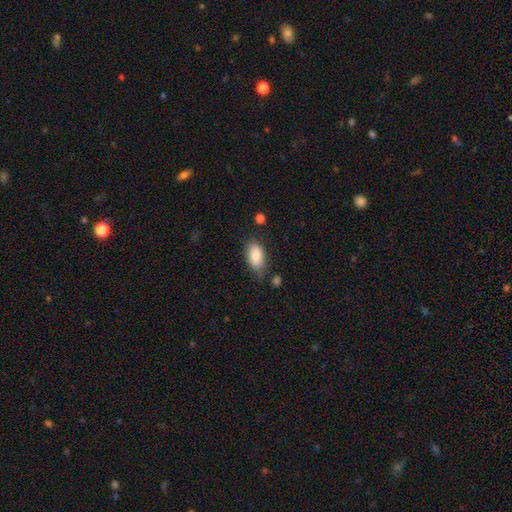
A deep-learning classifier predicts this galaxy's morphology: Smooth or featured?
  - smooth: 84% *
  - featured or disk: 9%
  - star or artifact: 7%
How rounded?
  - in between: 92% *
  - round: 6%
  - cigar-shaped: 2%
Merging?
  - none: 68% *
  - minor disturbance: 23%
  - major disturbance: 6%
  - merger: 3%